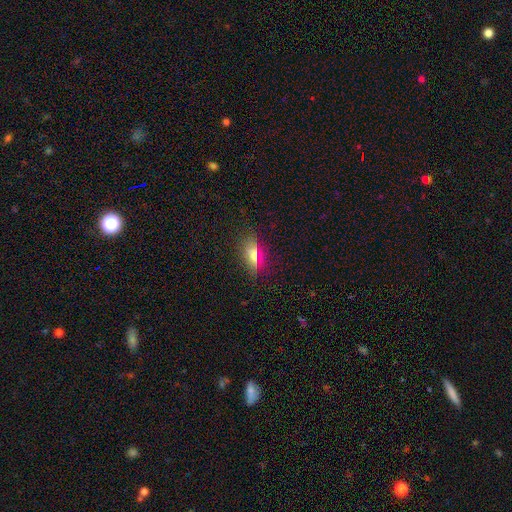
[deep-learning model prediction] Smooth or featured: smooth — 58% (featured or disk — 21%)
How rounded: in between — 73% (round — 15%)
Merging: none — 85% (minor disturbance — 10%)